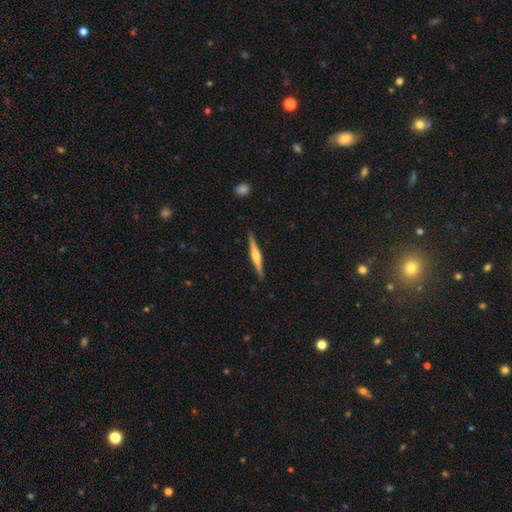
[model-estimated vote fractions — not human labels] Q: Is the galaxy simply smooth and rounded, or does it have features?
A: featured or disk — 73%.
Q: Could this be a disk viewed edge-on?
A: yes — 98%.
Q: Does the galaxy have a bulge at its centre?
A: rounded — 87%.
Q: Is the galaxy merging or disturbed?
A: none — 91%.